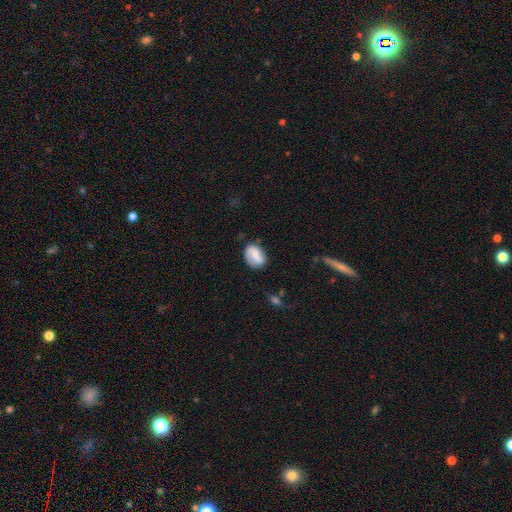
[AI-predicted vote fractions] Morphology: type=smooth (62%); roundness=in between (70%); merging=none (65%).